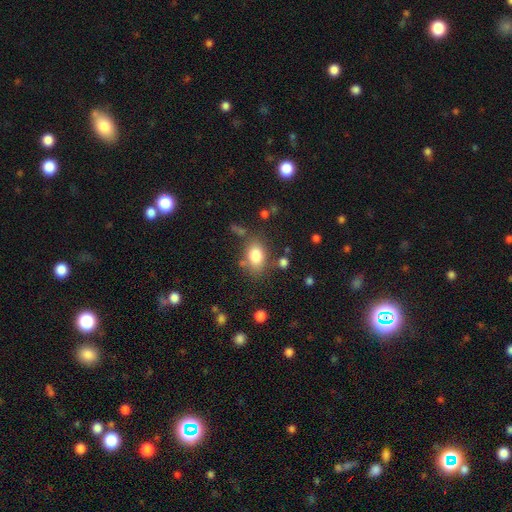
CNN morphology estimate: Smooth or featured? smooth (81%)
How rounded? in between (79%)
Merging? none (73%)